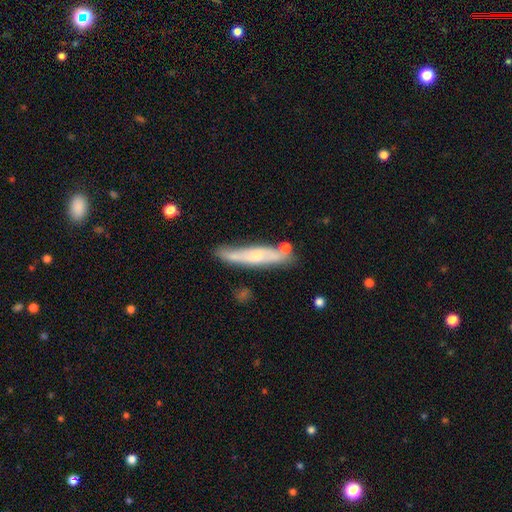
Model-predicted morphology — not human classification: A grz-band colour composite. It shows a featured or disk galaxy (53%) viewed edge-on (63%). Merging: none (67%).